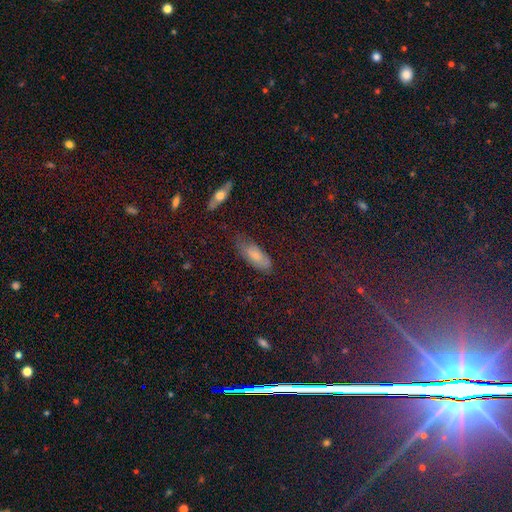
A smooth galaxy with no disk features (73%) that is in between round and cigar-shaped (81%).

Vote fractions:
- Smooth or featured? smooth: 73% / featured or disk: 22% / star or artifact: 5%
- How rounded? in between: 81% / cigar-shaped: 19% / round: 0%
- Merging? none: 63% / minor disturbance: 31% / major disturbance: 3% / merger: 3%